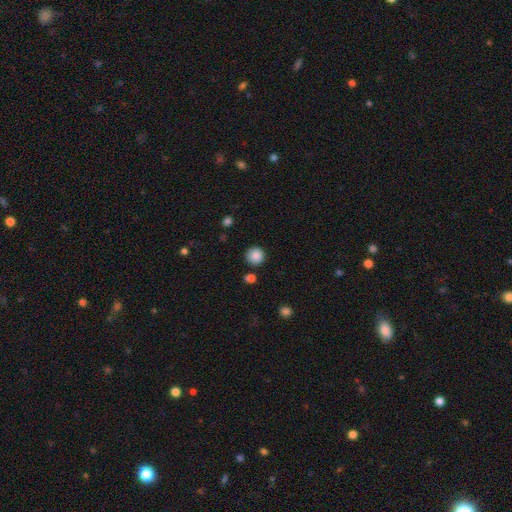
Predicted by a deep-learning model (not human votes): The model was most divided on "smooth or featured": smooth: 87%, star or artifact: 10%, featured or disk: 3%. More confident: how rounded — round (94%); merging — none (87%).